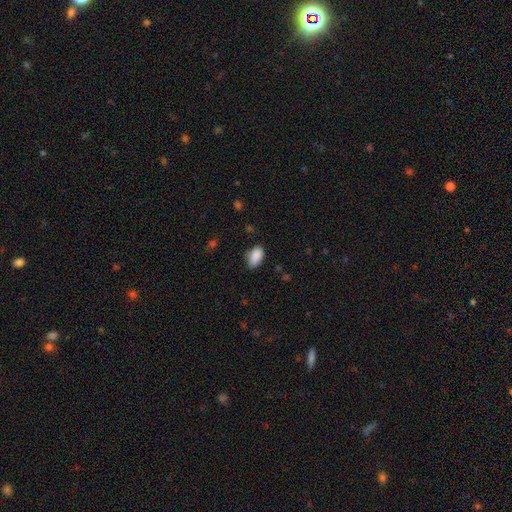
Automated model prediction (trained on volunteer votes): Morphology: type=smooth (89%); roundness=in between (93%); merging=none (74%).